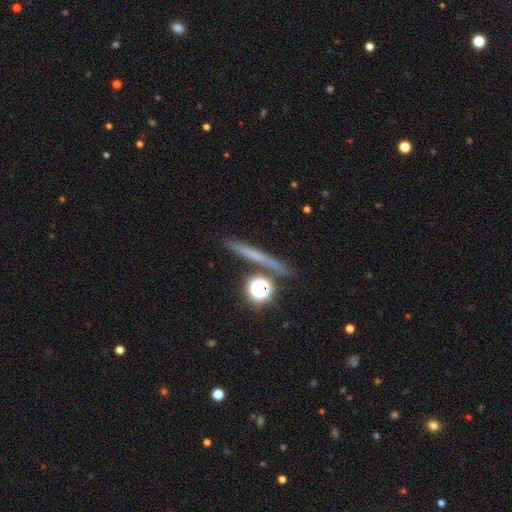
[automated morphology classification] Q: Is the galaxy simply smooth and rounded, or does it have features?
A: smooth — 49%.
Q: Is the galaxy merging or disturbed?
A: none — 82%.